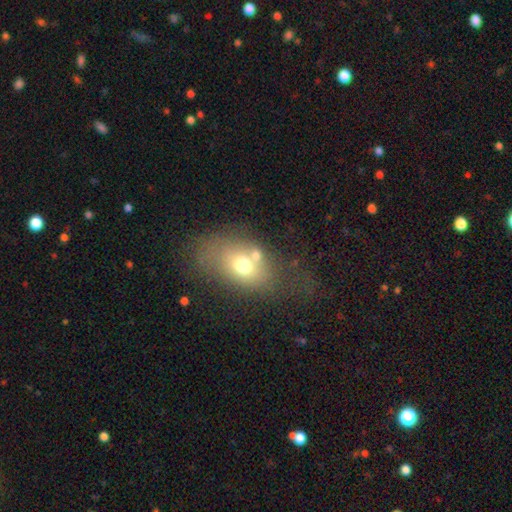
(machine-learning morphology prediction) A smooth galaxy with no disk features (65%) that is in between round and cigar-shaped (72%).

Vote fractions:
- Smooth or featured? smooth: 65% / featured or disk: 22% / star or artifact: 14%
- How rounded? in between: 72% / round: 26% / cigar-shaped: 2%
- Merging? none: 45% / merger: 25% / minor disturbance: 17% / major disturbance: 13%